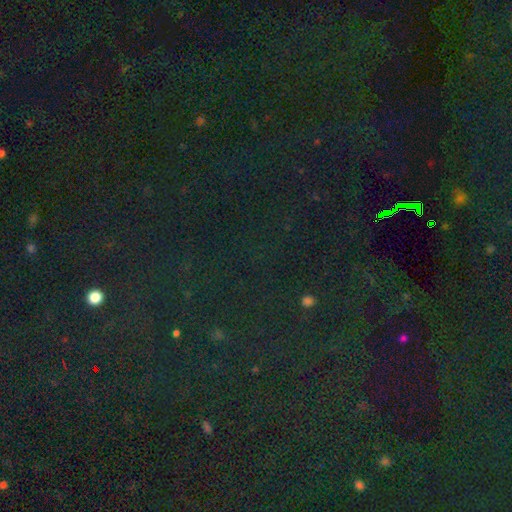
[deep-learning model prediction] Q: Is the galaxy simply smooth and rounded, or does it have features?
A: star or artifact — 81%.